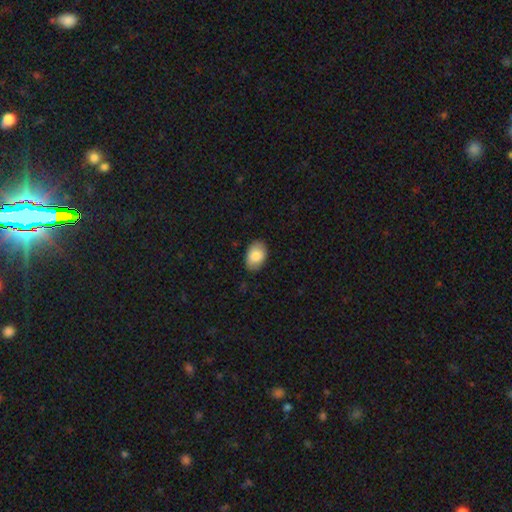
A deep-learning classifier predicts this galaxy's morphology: Overall: smooth (86%). How rounded: in between (87%). Merging: none (85%).